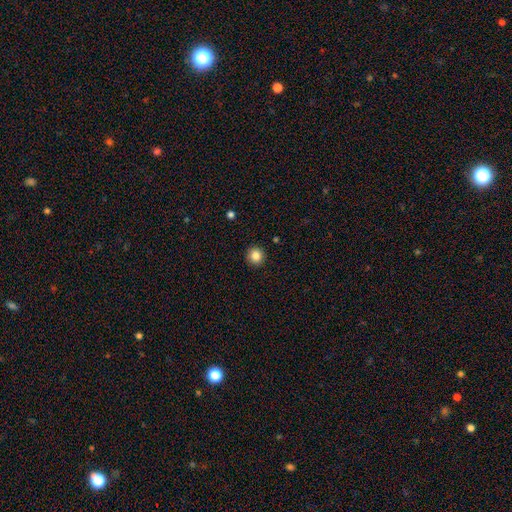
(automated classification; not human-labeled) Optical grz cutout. It shows a smooth galaxy with no disk features (84%) that is round (93%). Merging: none (92%).